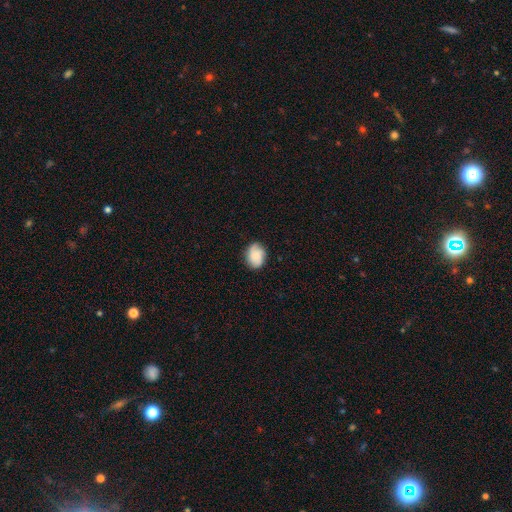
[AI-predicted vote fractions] Morphology: type=smooth (71%); roundness=in between (60%); merging=none (79%).